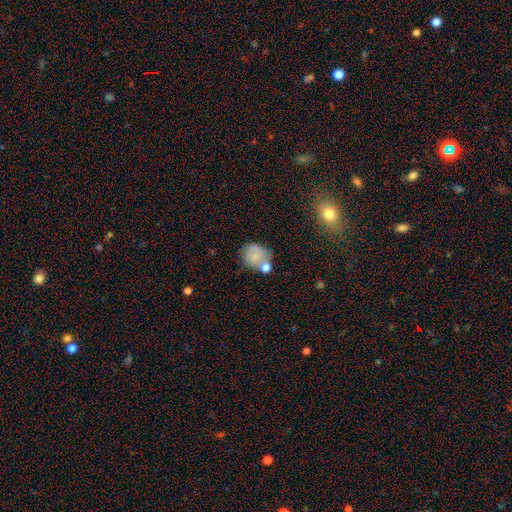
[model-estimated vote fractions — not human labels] The model was most divided on "merging": none: 50%, minor disturbance: 22%, merger: 19%, major disturbance: 9%. More confident: how rounded — round (67%); smooth or featured — smooth (67%).